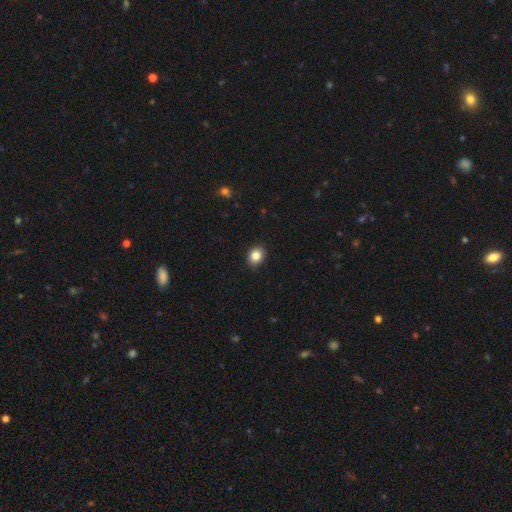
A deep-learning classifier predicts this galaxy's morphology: This is clearly a smooth galaxy (85%). How rounded: possibly round (53%). Merging: clearly none (90%).